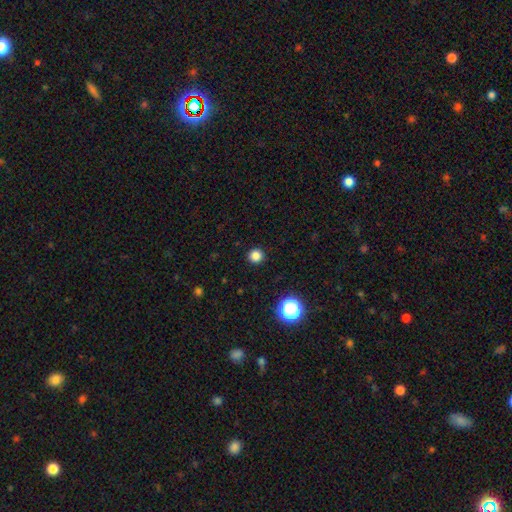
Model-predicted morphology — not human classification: Smooth or featured? Predicted: smooth (p=0.83). How rounded? Predicted: round (p=0.95). Merging? Predicted: none (p=0.93).